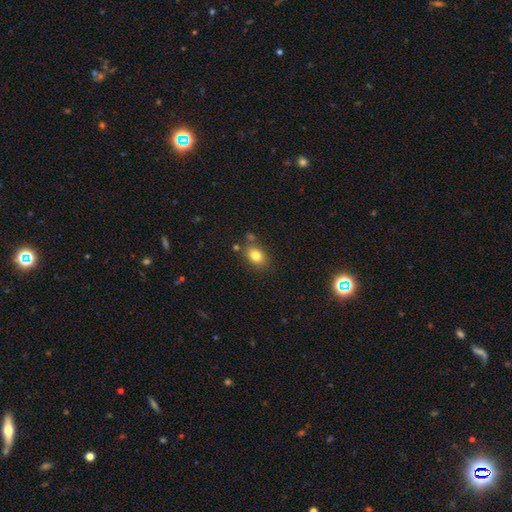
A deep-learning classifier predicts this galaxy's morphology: smooth-or-featured: smooth: 81% | star or artifact: 10% | featured or disk: 9%
  how-rounded: in between: 72% | round: 27% | cigar-shaped: 1%
  merging: none: 73% | minor disturbance: 15% | merger: 9% | major disturbance: 4%